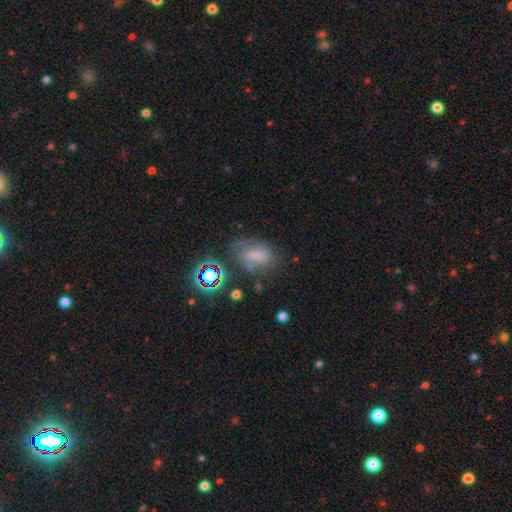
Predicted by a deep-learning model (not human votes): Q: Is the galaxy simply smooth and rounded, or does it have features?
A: smooth — 39%, tied with featured or disk.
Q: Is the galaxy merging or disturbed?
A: none — 46%.